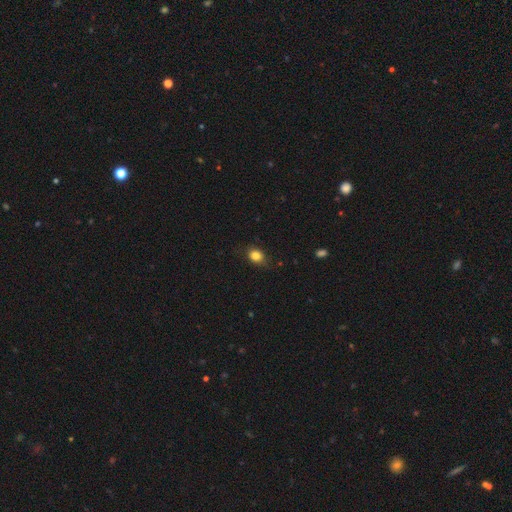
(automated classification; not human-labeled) smooth_or_featured: smooth (p=0.83) [alt: star or artifact p=0.11]
how_rounded: round (p=0.51) [alt: in between p=0.47]
merging: none (p=0.78) [alt: minor disturbance p=0.17]